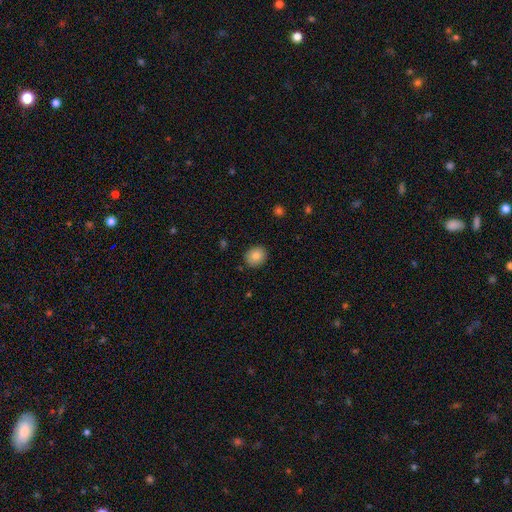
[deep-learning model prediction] Smooth or featured? smooth (82%)
How rounded? round (73%)
Merging? none (89%)